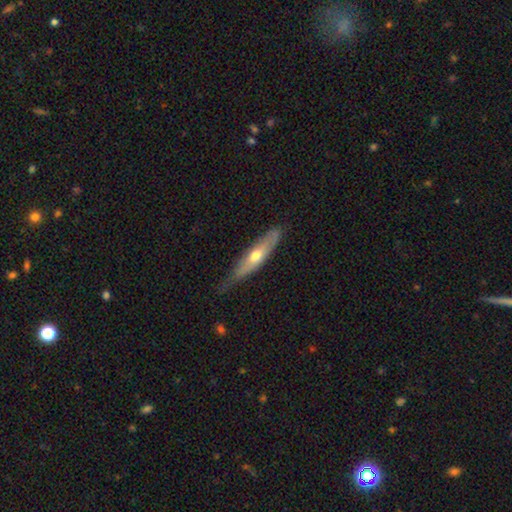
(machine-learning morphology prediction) A smooth galaxy with no disk features (48%).

Vote fractions:
- Smooth or featured? smooth: 48% / featured or disk: 47% / star or artifact: 5%
- Merging? none: 61% / minor disturbance: 30% / major disturbance: 7% / merger: 2%